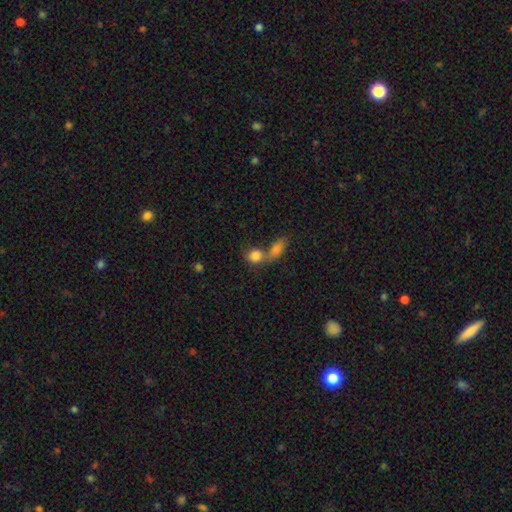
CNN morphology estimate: Q: Smooth or featured?
A: smooth (82%); runner-up: featured or disk (9%)
Q: How rounded?
A: round (52%); runner-up: in between (45%)
Q: Merging?
A: merger (61%); runner-up: none (27%)